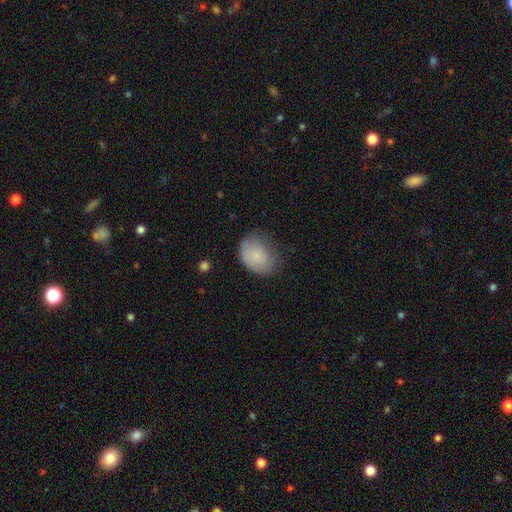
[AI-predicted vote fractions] Morphology: type=smooth (79%); roundness=in between (66%); merging=none (53%).